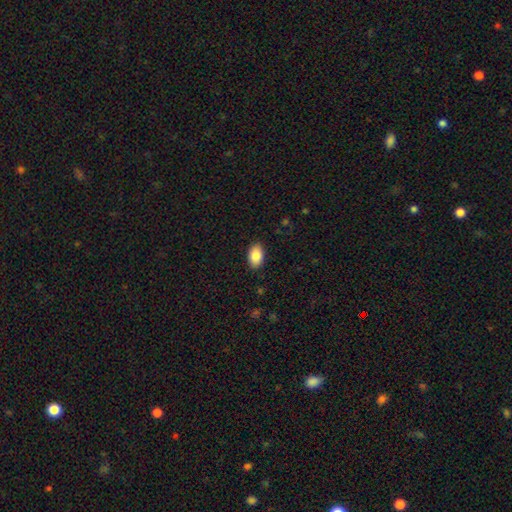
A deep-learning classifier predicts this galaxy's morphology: smooth_or_featured: smooth (p=0.86) [alt: star or artifact p=0.07]
how_rounded: in between (p=0.91) [alt: round p=0.08]
merging: none (p=0.89) [alt: minor disturbance p=0.08]